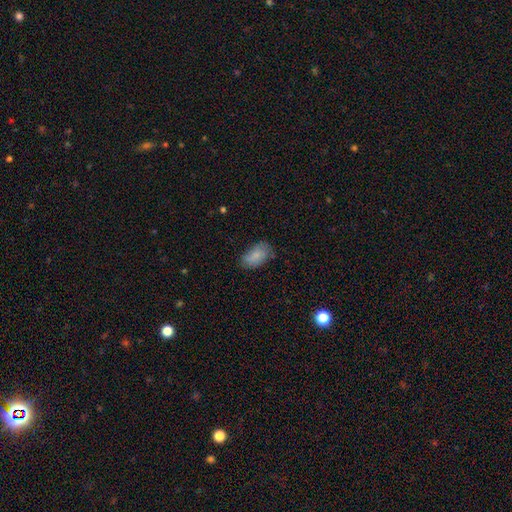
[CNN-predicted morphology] Smooth or featured?
  - smooth: 83% *
  - featured or disk: 10%
  - star or artifact: 7%
How rounded?
  - in between: 93% *
  - round: 5%
  - cigar-shaped: 2%
Merging?
  - none: 71% *
  - minor disturbance: 22%
  - major disturbance: 5%
  - merger: 2%